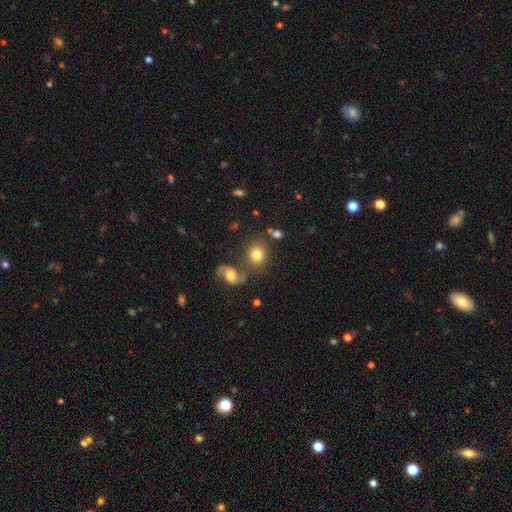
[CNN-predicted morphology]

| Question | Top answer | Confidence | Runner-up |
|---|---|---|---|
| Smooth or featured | smooth | 59% | featured or disk (24%) |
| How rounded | round | 72% | in between (27%) |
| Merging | none | 59% | merger (25%) |